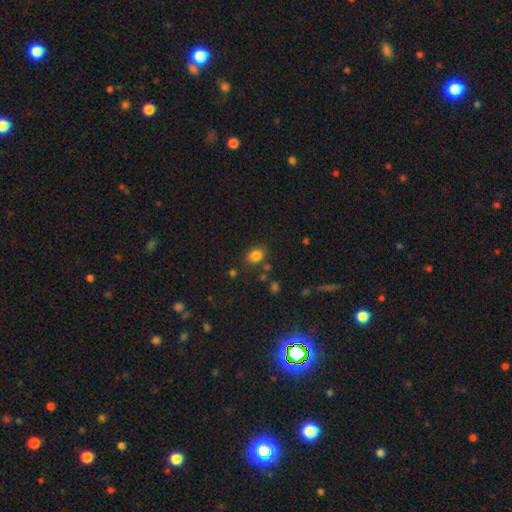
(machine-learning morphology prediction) A smooth galaxy with no disk features (82%) that is in between round and cigar-shaped (60%).

Vote fractions:
- Smooth or featured? smooth: 82% / star or artifact: 12% / featured or disk: 6%
- How rounded? in between: 60% / round: 39% / cigar-shaped: 1%
- Merging? none: 77% / minor disturbance: 14% / merger: 5% / major disturbance: 4%